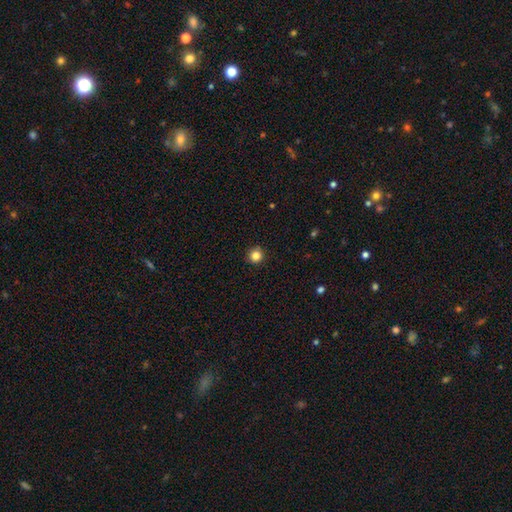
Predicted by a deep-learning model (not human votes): Overall: smooth (84%). How rounded: round (95%). Merging: none (92%).